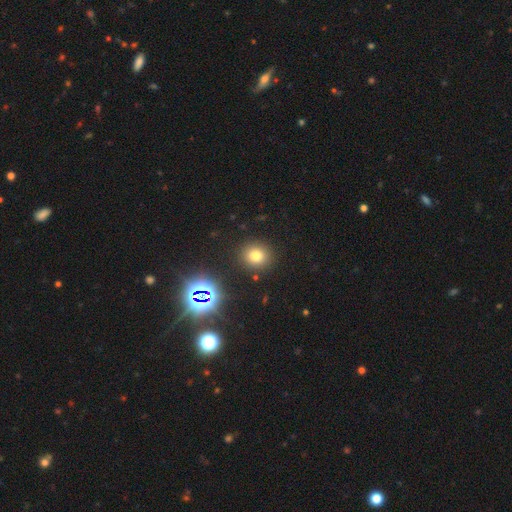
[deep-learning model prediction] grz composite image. It shows a smooth galaxy with no disk features (73%) that is round (87%). Merging: none (88%).